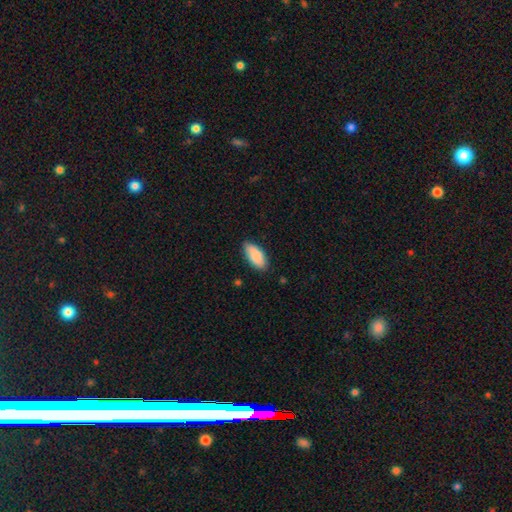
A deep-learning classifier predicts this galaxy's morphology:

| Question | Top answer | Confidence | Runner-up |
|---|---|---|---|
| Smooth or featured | smooth | 88% | featured or disk (6%) |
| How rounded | in between | 88% | cigar-shaped (10%) |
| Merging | none | 81% | minor disturbance (16%) |